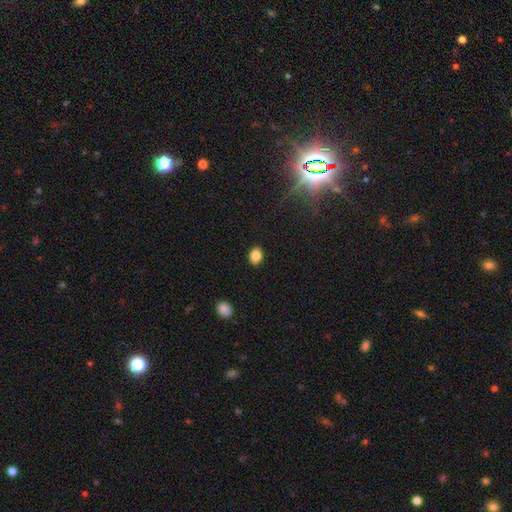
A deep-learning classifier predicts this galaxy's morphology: type=smooth (85%); roundness=in between (62%); merging=none (90%).